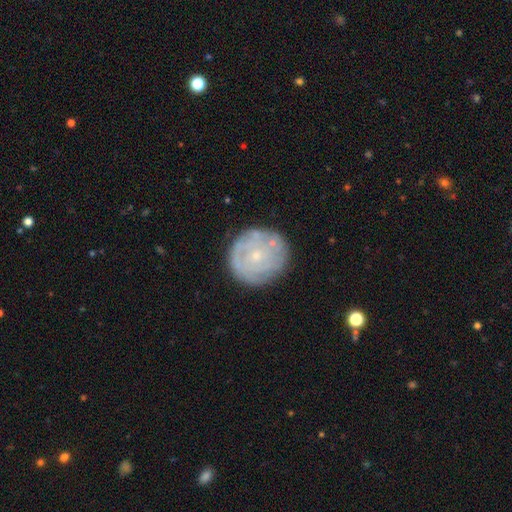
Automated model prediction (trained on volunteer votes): This is likely a featured or disk galaxy (61%). It is clearly not viewed edge-on (97%). Bar: clearly no (83%). Spiral arm pattern: likely yes (64%). Central bulge: likely small (80%). Merging: likely none (79%).